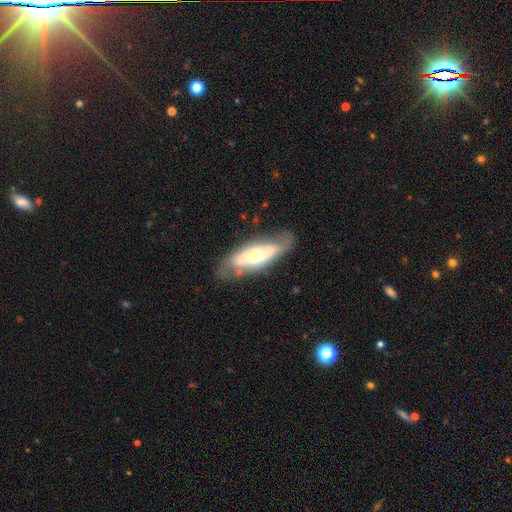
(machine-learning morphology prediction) Smooth or featured? featured or disk (57%)
Edge-on disk? no (76%)
Merging? none (66%)